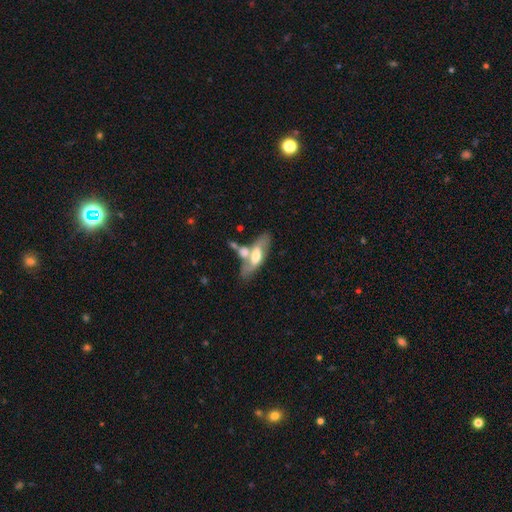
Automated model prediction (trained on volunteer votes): smooth_or_featured: featured or disk (p=0.59) [alt: smooth p=0.35]
disk_edge_on: no (p=0.76) [alt: yes p=0.24]
merging: merger (p=0.39) [alt: none p=0.37]